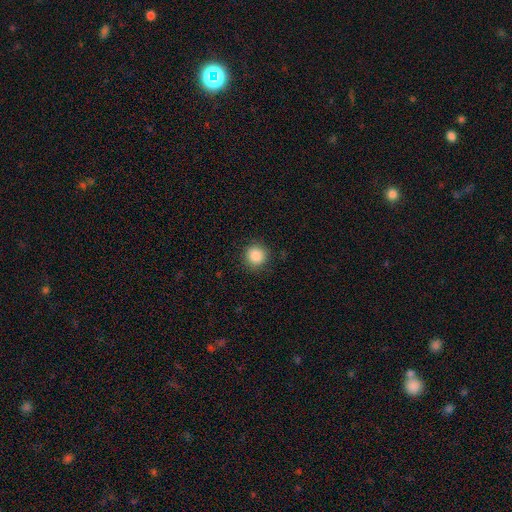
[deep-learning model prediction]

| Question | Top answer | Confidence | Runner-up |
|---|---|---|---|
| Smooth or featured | smooth | 88% | star or artifact (9%) |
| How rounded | round | 92% | in between (7%) |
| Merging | none | 89% | minor disturbance (7%) |